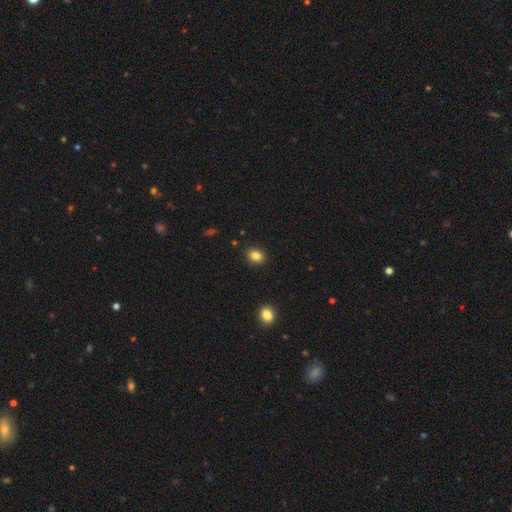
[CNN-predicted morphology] Smooth or featured? smooth (83%)
How rounded? round (52%)
Merging? none (88%)